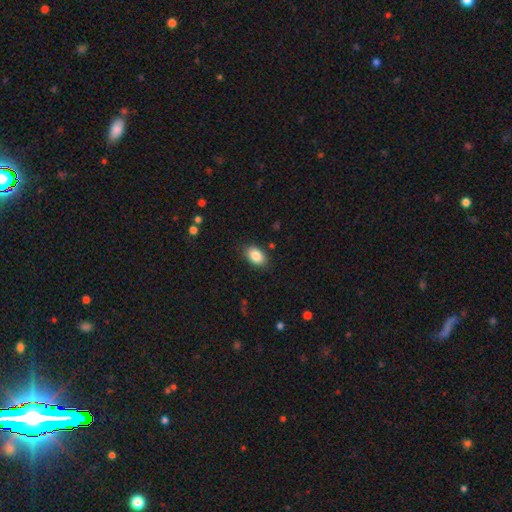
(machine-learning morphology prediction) Overall: smooth (86%). How rounded: in between (89%). Merging: none (86%).